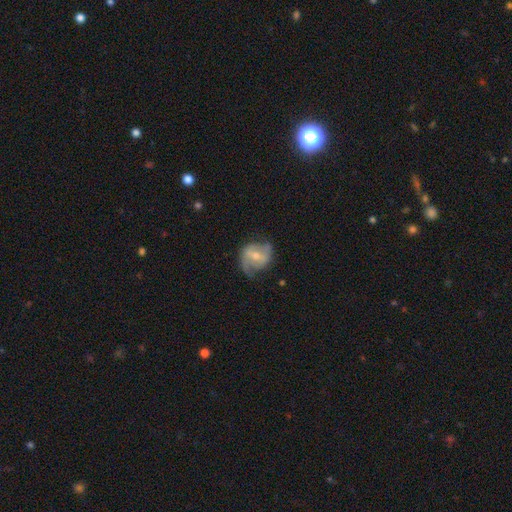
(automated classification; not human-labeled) The model was most divided on "bar": weak: 44%, no: 35%, strong: 21%. More confident: edge-on disk — no (96%); spiral arms — yes (77%); smooth or featured — featured or disk (62%); merging — none (56%); bulge size — moderate (55%).